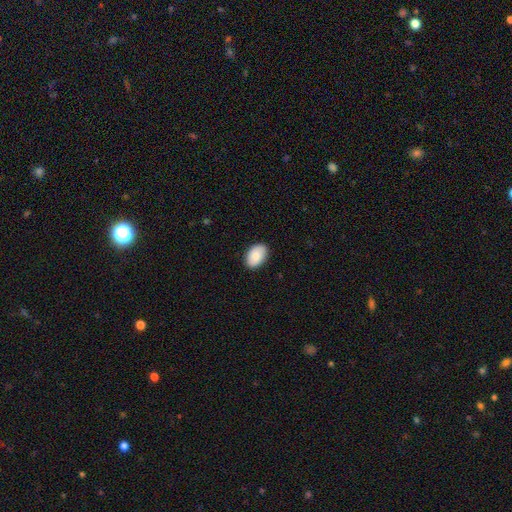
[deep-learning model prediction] The model was most divided on "smooth or featured": smooth: 86%, featured or disk: 8%, star or artifact: 6%. More confident: how rounded — in between (90%); merging — none (88%).